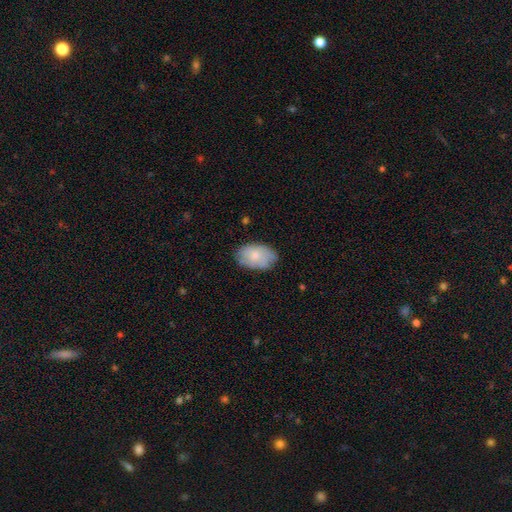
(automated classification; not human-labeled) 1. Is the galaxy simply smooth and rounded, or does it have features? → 71% smooth, 22% featured or disk, 6% star or artifact.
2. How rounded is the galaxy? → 92% in between, 7% round, 1% cigar-shaped.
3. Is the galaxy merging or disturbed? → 75% none, 20% minor disturbance, 4% major disturbance, 1% merger.